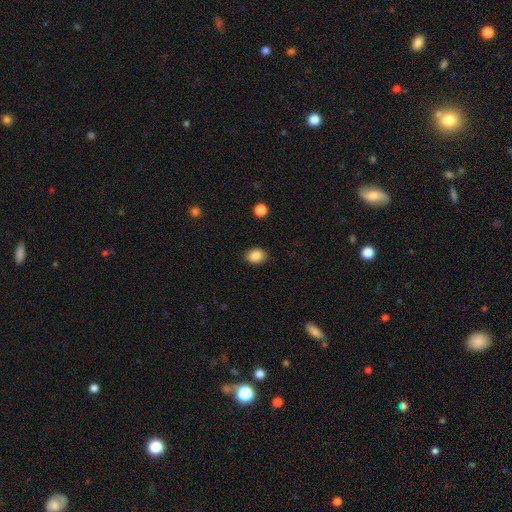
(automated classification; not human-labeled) Smooth or featured?
  - smooth: 87% *
  - star or artifact: 8%
  - featured or disk: 4%
How rounded?
  - in between: 66% *
  - round: 33%
  - cigar-shaped: 1%
Merging?
  - none: 87% *
  - minor disturbance: 9%
  - major disturbance: 2%
  - merger: 1%